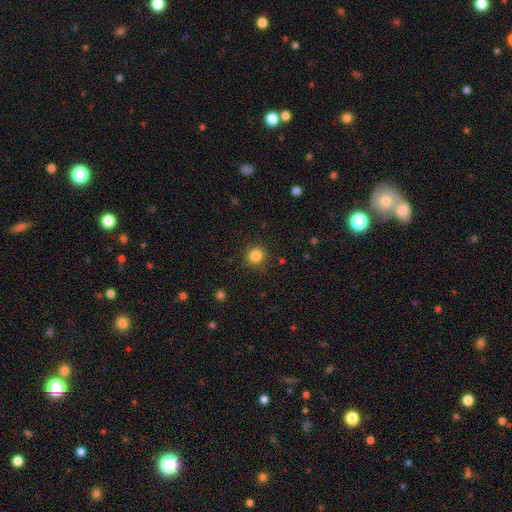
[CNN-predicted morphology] Smooth or featured? Predicted: smooth (p=0.85). How rounded? Predicted: round (p=0.87). Merging? Predicted: none (p=0.88).